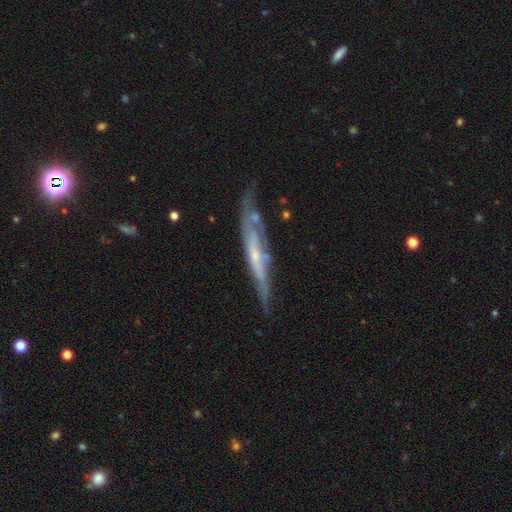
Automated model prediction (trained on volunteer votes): Smooth or featured? featured or disk (73%)
Edge-on disk? yes (72%)
Edge-on bulge? none (48%)
Merging? none (57%)